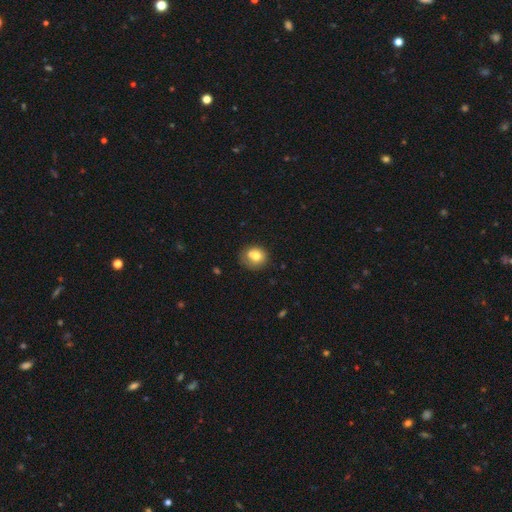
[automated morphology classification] Smooth or featured: smooth — 75% (featured or disk — 16%)
How rounded: round — 68% (in between — 31%)
Merging: none — 56% (minor disturbance — 28%)